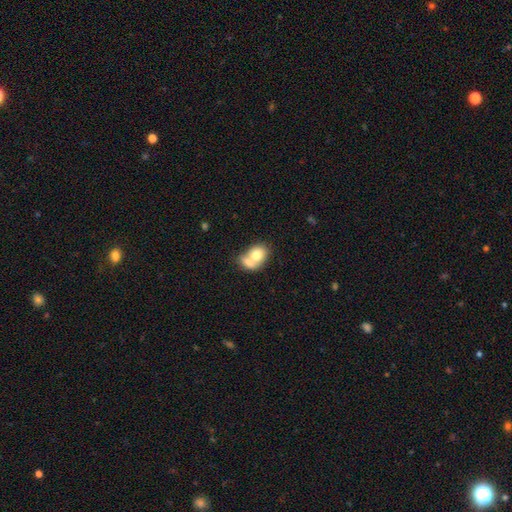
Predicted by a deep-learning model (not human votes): A smooth galaxy with no disk features (71%) that is in between round and cigar-shaped (56%).

Vote fractions:
- Smooth or featured? smooth: 71% / featured or disk: 21% / star or artifact: 7%
- How rounded? in between: 56% / round: 43% / cigar-shaped: 1%
- Merging? merger: 70% / none: 20% / minor disturbance: 7% / major disturbance: 4%